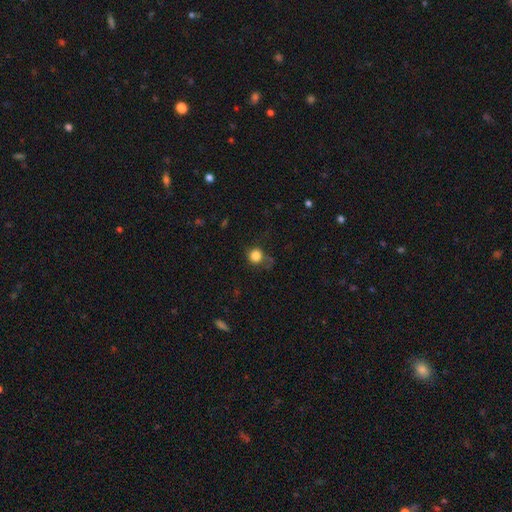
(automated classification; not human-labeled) Morphology: type=smooth (84%); roundness=round (89%); merging=none (68%).